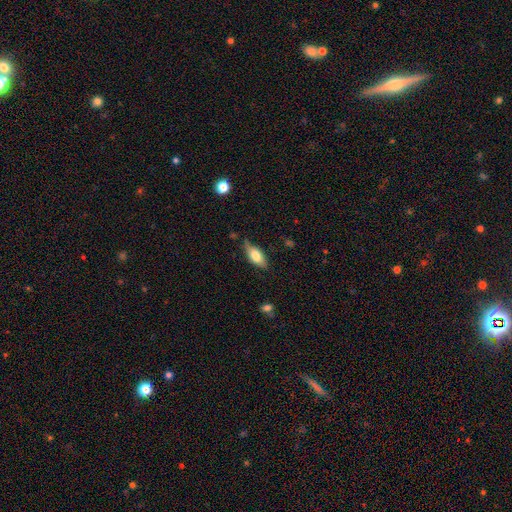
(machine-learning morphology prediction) smooth_or_featured: smooth (p=0.72) [alt: featured or disk p=0.21]
how_rounded: in between (p=0.81) [alt: cigar-shaped p=0.16]
merging: none (p=0.67) [alt: minor disturbance p=0.26]